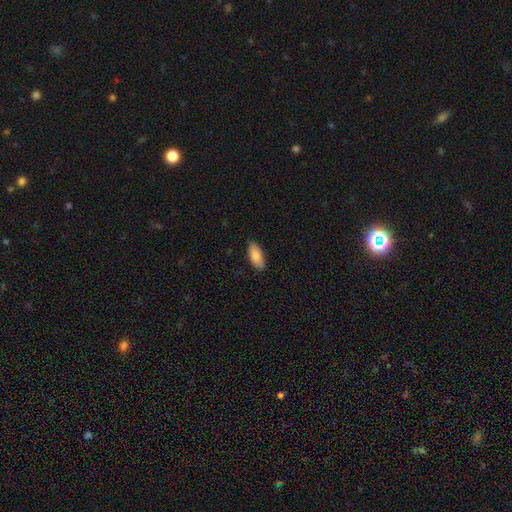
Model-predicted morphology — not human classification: smooth-or-featured: smooth: 87% | featured or disk: 7% | star or artifact: 6%
  how-rounded: in between: 82% | cigar-shaped: 17% | round: 2%
  merging: none: 86% | minor disturbance: 11% | major disturbance: 2% | merger: 1%